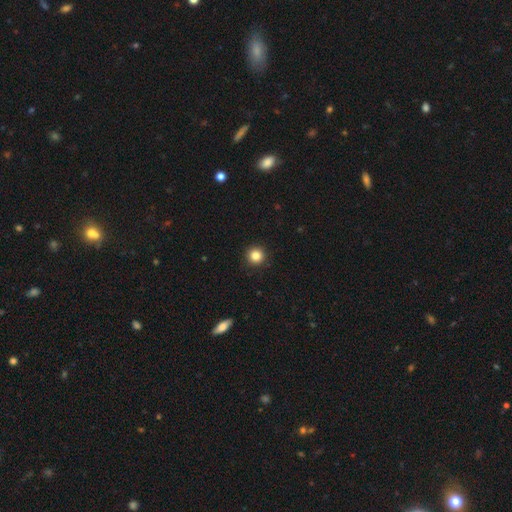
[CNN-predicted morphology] Smooth or featured?
  - smooth: 85% *
  - star or artifact: 11%
  - featured or disk: 5%
How rounded?
  - round: 95% *
  - in between: 4%
  - cigar-shaped: 1%
Merging?
  - none: 92% *
  - minor disturbance: 5%
  - major disturbance: 2%
  - merger: 1%